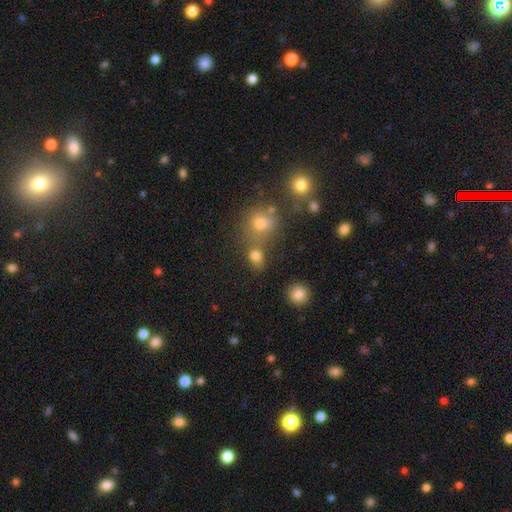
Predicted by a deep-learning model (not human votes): smooth 77%, star or artifact 16%, featured or disk 7%. Down the decision tree: how rounded — round (57%); merging — none (54%).